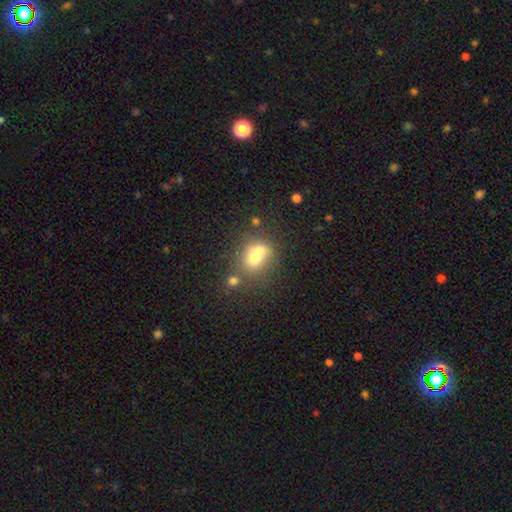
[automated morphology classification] Smooth or featured? Predicted: smooth (p=0.63). How rounded? Predicted: round (p=0.69). Merging? Predicted: merger (p=0.58).